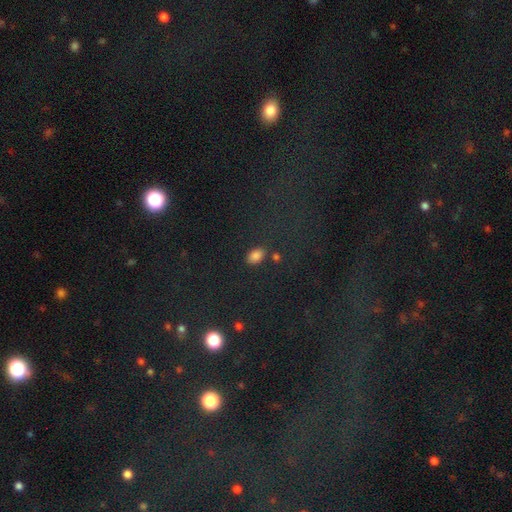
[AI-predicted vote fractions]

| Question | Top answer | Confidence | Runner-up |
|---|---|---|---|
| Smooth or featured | smooth | 83% | star or artifact (13%) |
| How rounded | in between | 89% | round (10%) |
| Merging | none | 80% | minor disturbance (12%) |